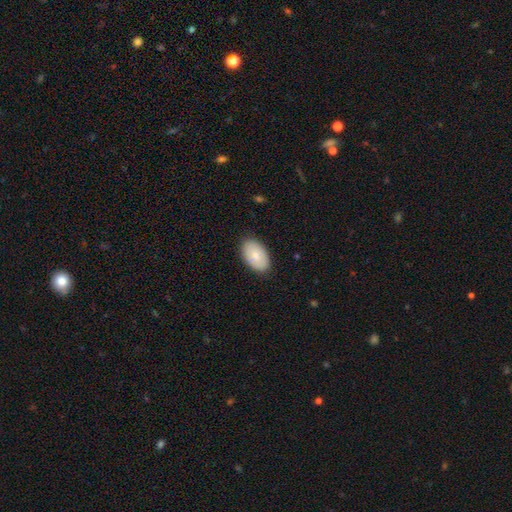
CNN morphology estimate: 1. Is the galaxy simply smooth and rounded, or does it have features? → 79% smooth, 15% featured or disk, 6% star or artifact.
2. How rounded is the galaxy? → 93% in between, 5% round, 1% cigar-shaped.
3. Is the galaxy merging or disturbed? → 85% none, 12% minor disturbance, 2% major disturbance, 1% merger.